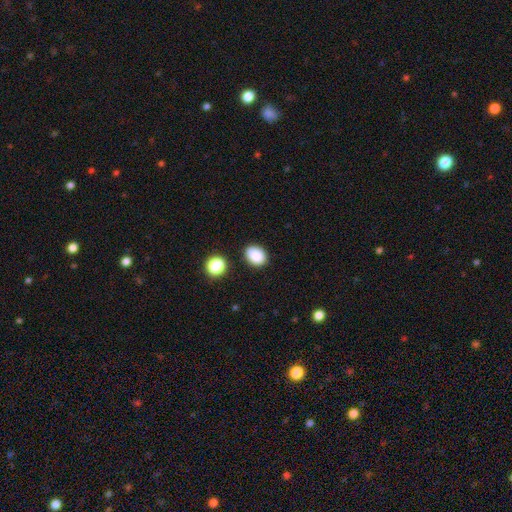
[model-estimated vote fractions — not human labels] Smooth or featured? Predicted: smooth (p=0.87). How rounded? Predicted: in between (p=0.66). Merging? Predicted: none (p=0.84).